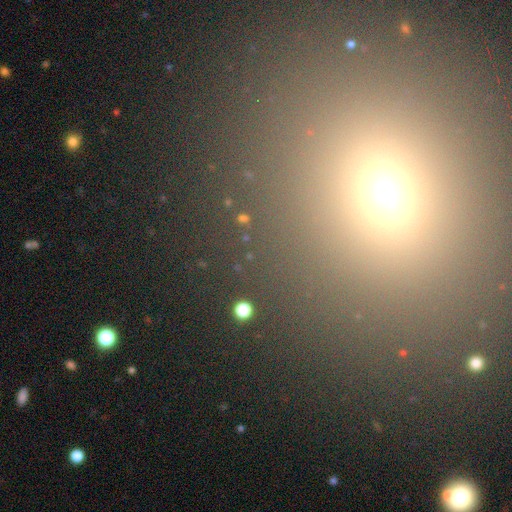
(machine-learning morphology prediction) Q: Smooth or featured?
A: smooth (50%); runner-up: star or artifact (41%)
Q: How rounded?
A: round (72%); runner-up: in between (26%)
Q: Merging?
A: none (87%); runner-up: minor disturbance (6%)